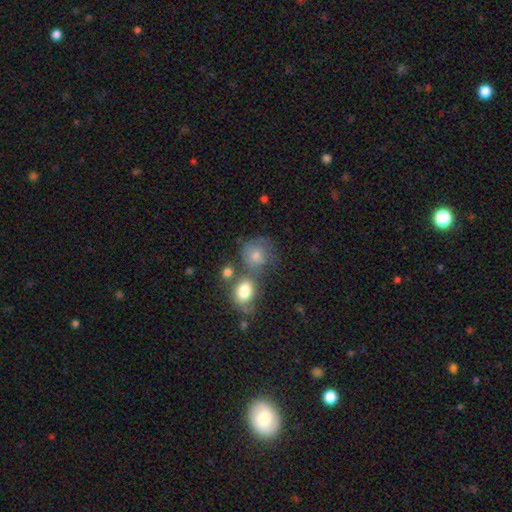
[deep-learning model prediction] smooth 72%, featured or disk 16%, star or artifact 12%. Down the decision tree: how rounded — round (72%); merging — none (43%).